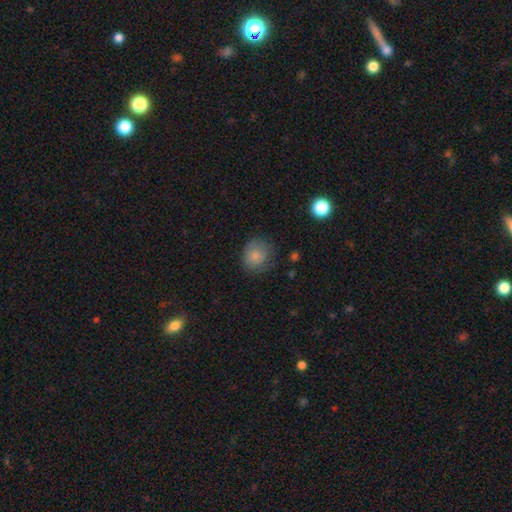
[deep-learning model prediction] The model was most divided on "merging": none: 68%, minor disturbance: 22%, major disturbance: 8%, merger: 2%. More confident: smooth or featured — smooth (82%); how rounded — round (79%).